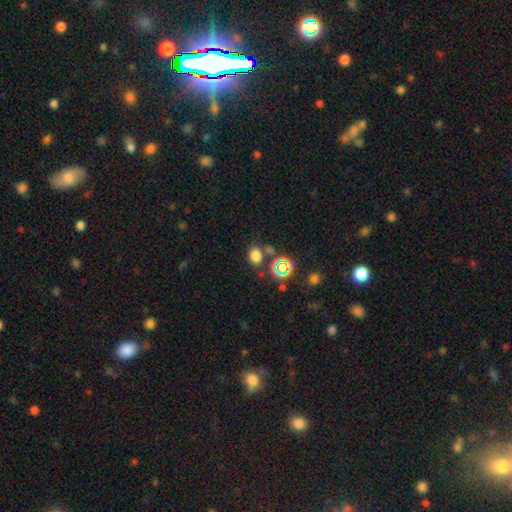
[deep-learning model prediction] A smooth galaxy with no disk features (73%) that is round (50%).

Vote fractions:
- Smooth or featured? smooth: 73% / star or artifact: 21% / featured or disk: 6%
- How rounded? round: 50% / in between: 49% / cigar-shaped: 1%
- Merging? none: 69% / merger: 14% / minor disturbance: 13% / major disturbance: 5%